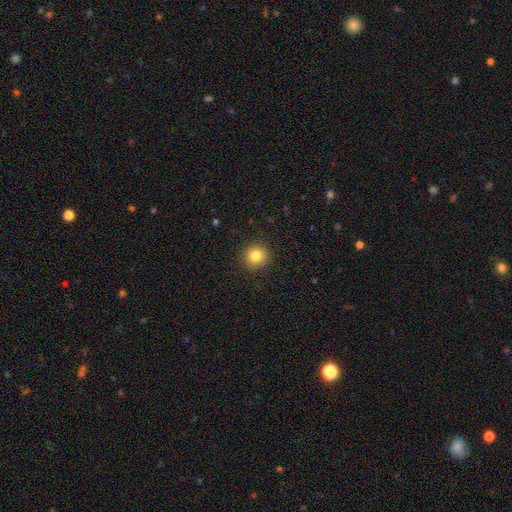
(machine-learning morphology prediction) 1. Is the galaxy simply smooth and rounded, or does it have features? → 83% smooth, 11% star or artifact, 6% featured or disk.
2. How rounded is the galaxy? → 89% round, 10% in between, 1% cigar-shaped.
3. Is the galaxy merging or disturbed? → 91% none, 6% minor disturbance, 2% major disturbance, 1% merger.